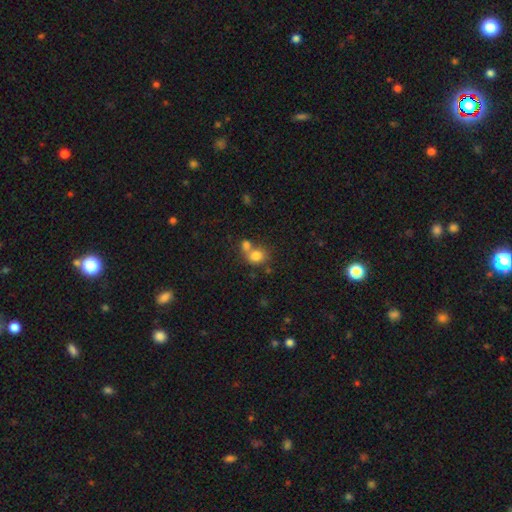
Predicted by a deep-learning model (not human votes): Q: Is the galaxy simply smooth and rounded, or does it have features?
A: smooth — 78%.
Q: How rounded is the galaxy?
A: round — 70%.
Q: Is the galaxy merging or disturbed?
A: merger — 51%.